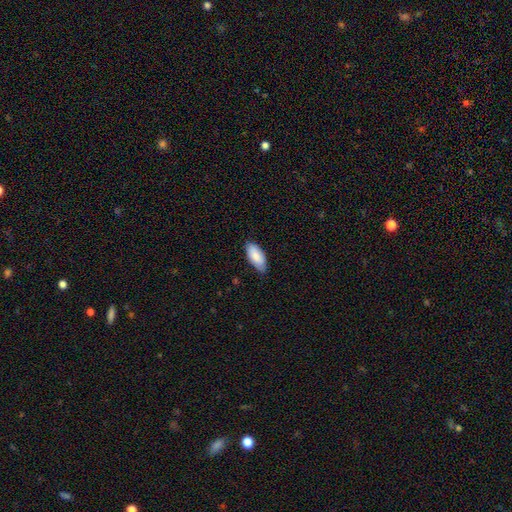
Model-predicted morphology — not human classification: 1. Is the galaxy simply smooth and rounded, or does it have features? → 84% smooth, 11% featured or disk, 6% star or artifact.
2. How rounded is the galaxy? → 91% in between, 7% cigar-shaped, 2% round.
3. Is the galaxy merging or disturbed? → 78% none, 19% minor disturbance, 2% major disturbance, 1% merger.